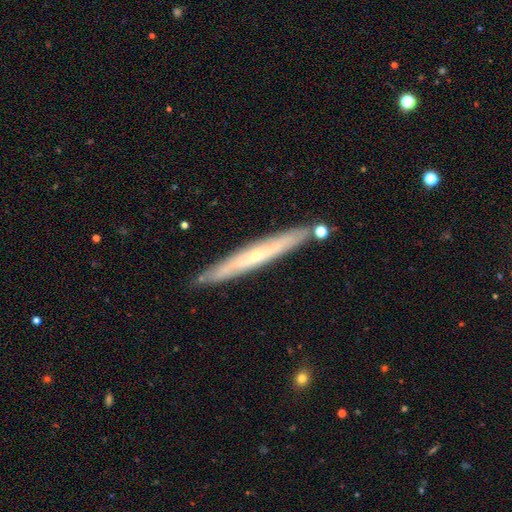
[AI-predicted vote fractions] Morphology: type=featured or disk (64%); edge-on=yes (88%); edge-on bulge=none (51%); merging=none (86%).